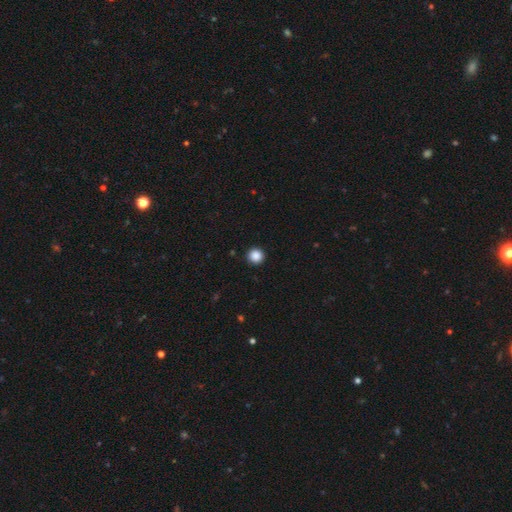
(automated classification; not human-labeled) smooth-or-featured: smooth: 87% | star or artifact: 10% | featured or disk: 3%
  how-rounded: round: 95% | in between: 4% | cigar-shaped: 1%
  merging: none: 93% | minor disturbance: 5% | major disturbance: 2% | merger: 1%